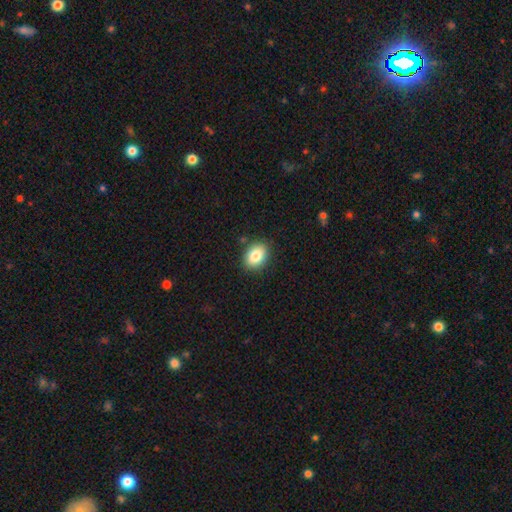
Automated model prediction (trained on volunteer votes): This is clearly a smooth galaxy (84%). How rounded: likely in between (71%). Merging: clearly none (87%).